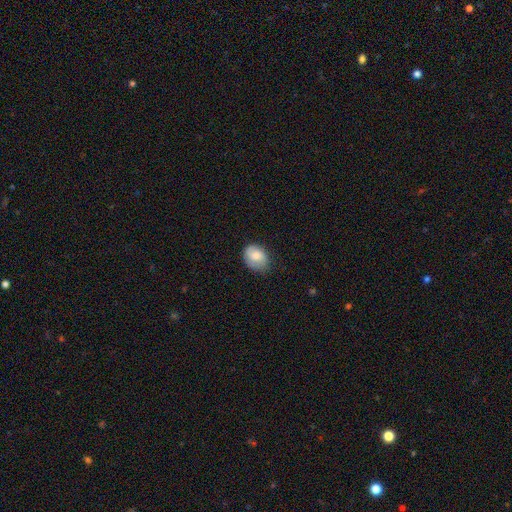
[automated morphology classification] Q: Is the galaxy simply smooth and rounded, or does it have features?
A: smooth — 77%.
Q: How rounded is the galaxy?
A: in between — 62%.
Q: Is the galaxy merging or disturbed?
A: none — 70%.